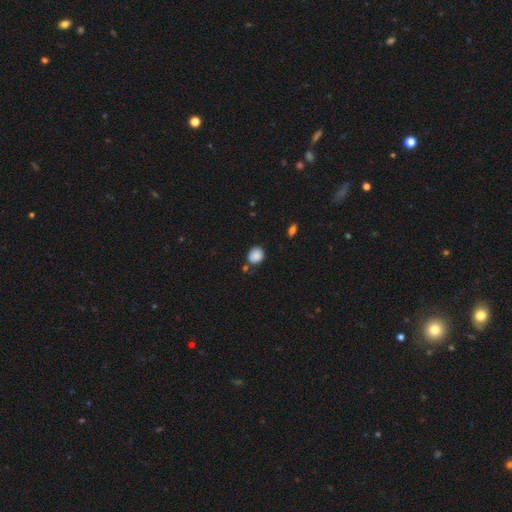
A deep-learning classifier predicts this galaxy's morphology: This appears to be a smooth galaxy with no disk features (85%) that is round (76%). Merging: none (73%).